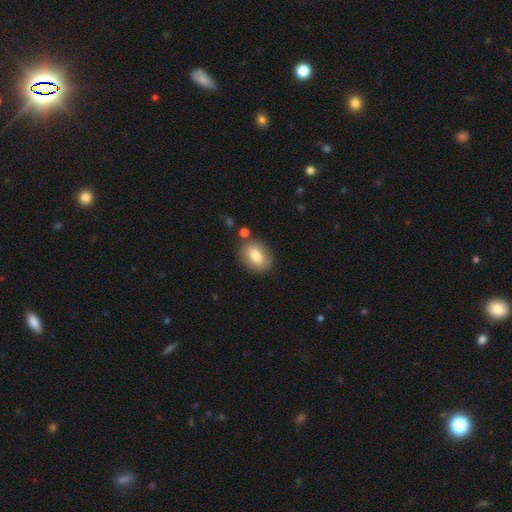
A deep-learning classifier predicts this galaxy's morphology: Smooth or featured?
  - smooth: 75% *
  - featured or disk: 18%
  - star or artifact: 7%
How rounded?
  - in between: 69% *
  - round: 30%
  - cigar-shaped: 2%
Merging?
  - none: 79% *
  - minor disturbance: 11%
  - merger: 6%
  - major disturbance: 3%